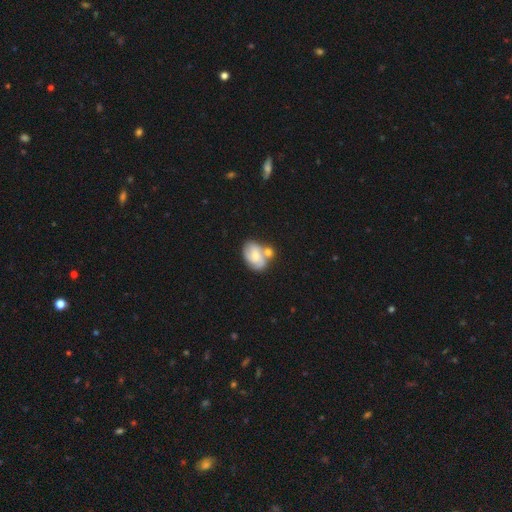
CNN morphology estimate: smooth_or_featured: smooth (p=0.51) [alt: featured or disk p=0.42]
how_rounded: in between (p=0.79) [alt: round p=0.20]
merging: merger (p=0.41) [alt: none p=0.36]